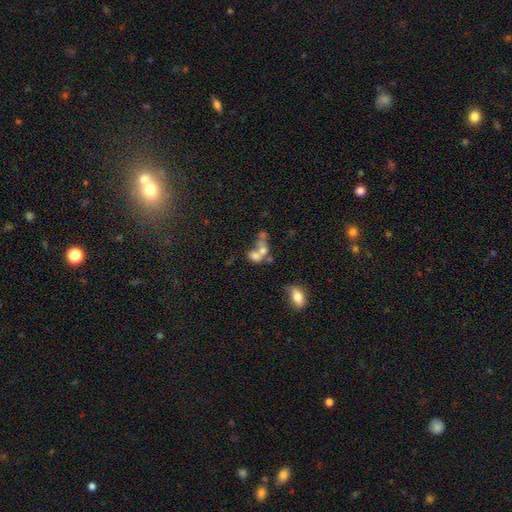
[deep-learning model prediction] Q: Smooth or featured?
A: smooth (60%); runner-up: featured or disk (26%)
Q: How rounded?
A: in between (62%); runner-up: round (35%)
Q: Merging?
A: merger (63%); runner-up: none (19%)